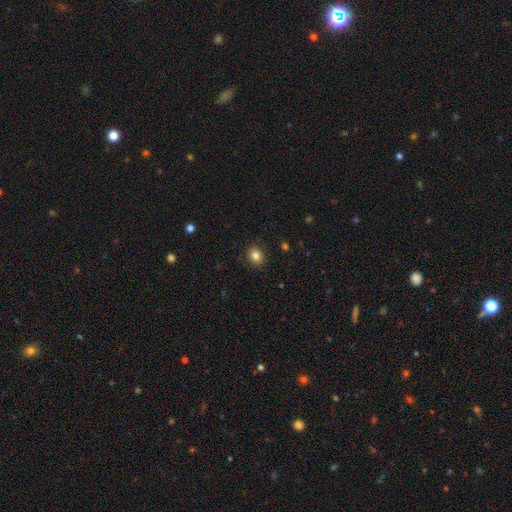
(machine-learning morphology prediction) Q: Smooth or featured?
A: smooth (82%); runner-up: star or artifact (11%)
Q: How rounded?
A: round (62%); runner-up: in between (37%)
Q: Merging?
A: none (90%); runner-up: minor disturbance (7%)